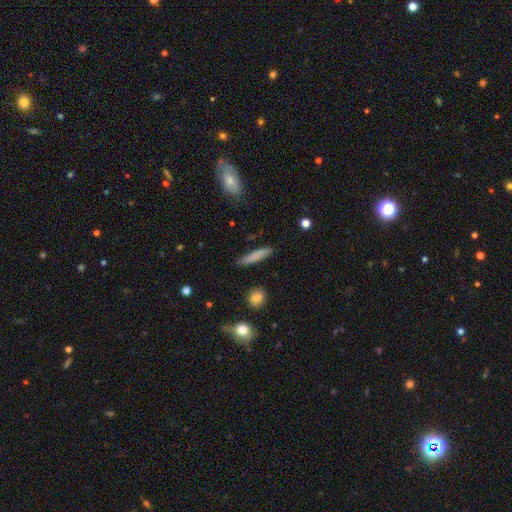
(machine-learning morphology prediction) A smooth galaxy with no disk features (81%) that is cigar-shaped (89%). Merging: none (89%).